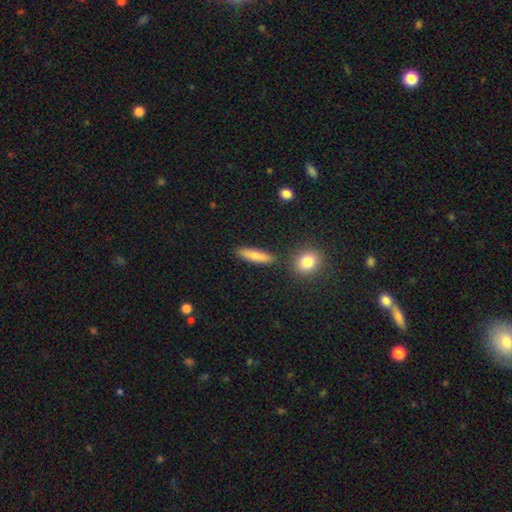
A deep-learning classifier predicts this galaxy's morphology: Smooth or featured?
  - smooth: 82% *
  - featured or disk: 12%
  - star or artifact: 7%
How rounded?
  - cigar-shaped: 68% *
  - in between: 29%
  - round: 4%
Merging?
  - none: 85% *
  - minor disturbance: 9%
  - merger: 4%
  - major disturbance: 2%